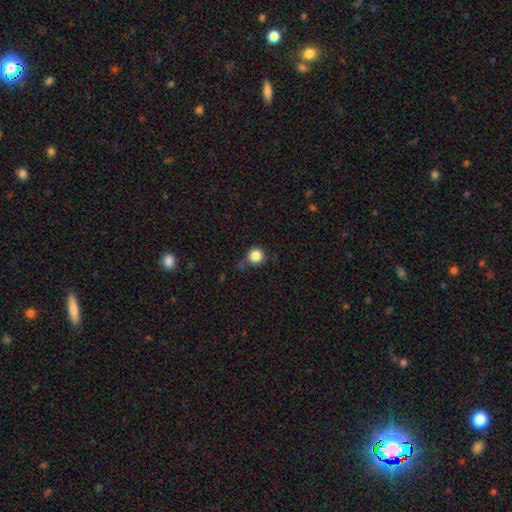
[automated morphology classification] A smooth galaxy with no disk features (85%) that is round (95%).

Vote fractions:
- Smooth or featured? smooth: 85% / star or artifact: 11% / featured or disk: 4%
- How rounded? round: 95% / in between: 4% / cigar-shaped: 1%
- Merging? none: 76% / minor disturbance: 15% / merger: 5% / major disturbance: 4%